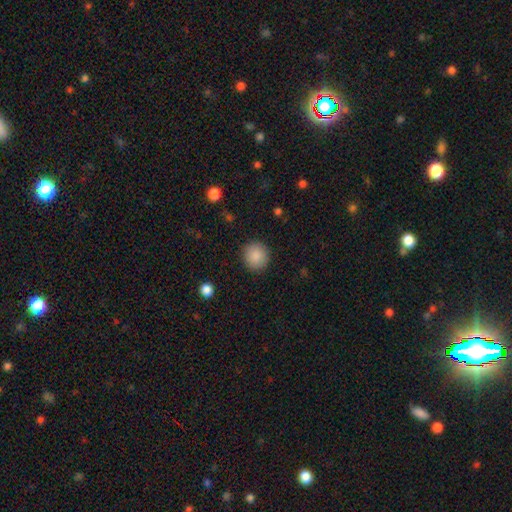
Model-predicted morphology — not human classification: This is clearly a smooth galaxy (89%). How rounded: clearly round (90%). Merging: clearly none (90%).